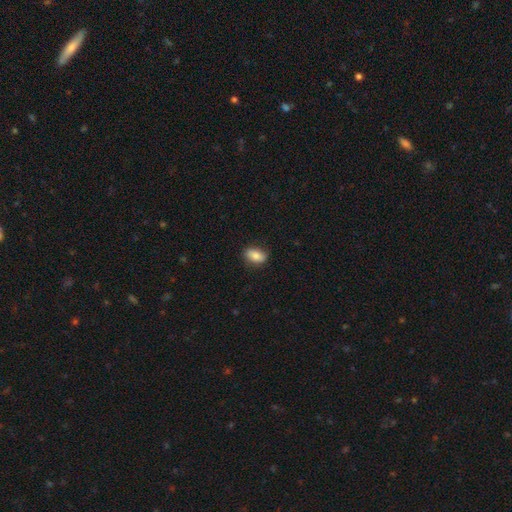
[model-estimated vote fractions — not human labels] Smooth or featured? smooth (80%)
How rounded? in between (87%)
Merging? none (82%)